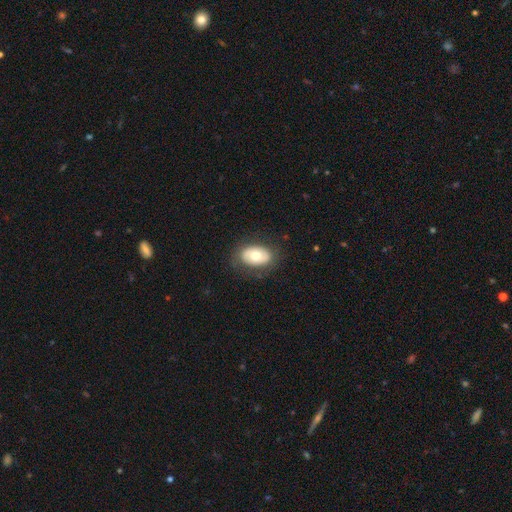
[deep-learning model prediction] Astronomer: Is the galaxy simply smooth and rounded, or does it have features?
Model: smooth — 63%.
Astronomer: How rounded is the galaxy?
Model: in between — 85%.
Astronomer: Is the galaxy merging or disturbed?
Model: none — 79%.